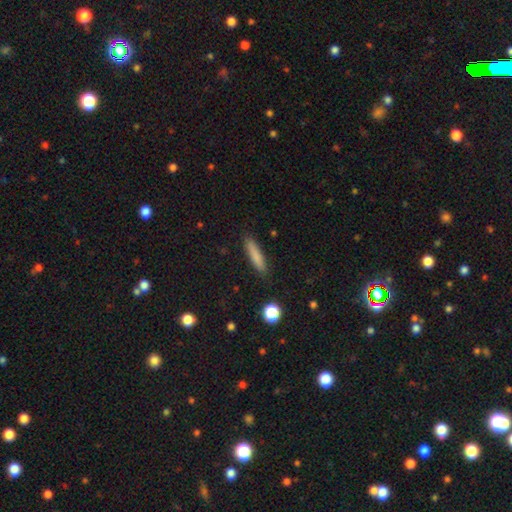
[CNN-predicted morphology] A smooth galaxy with no disk features (81%) that is cigar-shaped (86%). Merging: none (88%).